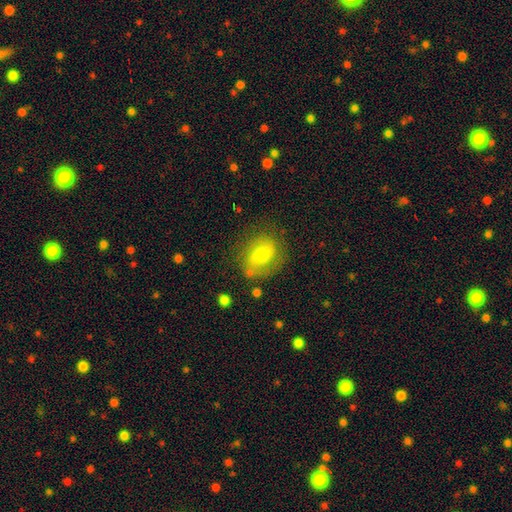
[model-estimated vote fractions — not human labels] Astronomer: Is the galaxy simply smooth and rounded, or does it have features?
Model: smooth — 49% (runner-up: featured or disk, 42%).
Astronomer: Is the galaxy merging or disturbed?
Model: none — 65%.